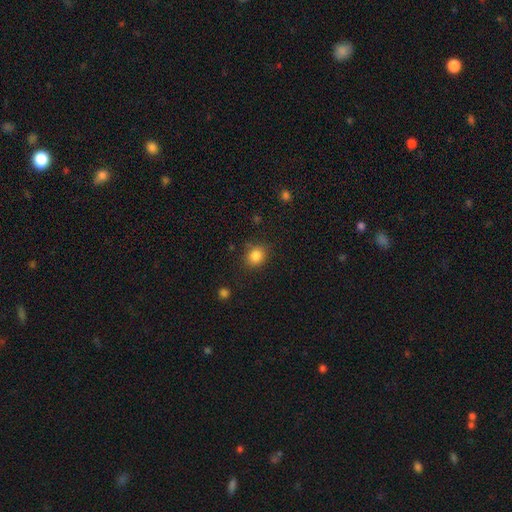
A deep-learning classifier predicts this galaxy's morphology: Smooth or featured? Predicted: smooth (p=0.85). How rounded? Predicted: round (p=0.66). Merging? Predicted: none (p=0.82).